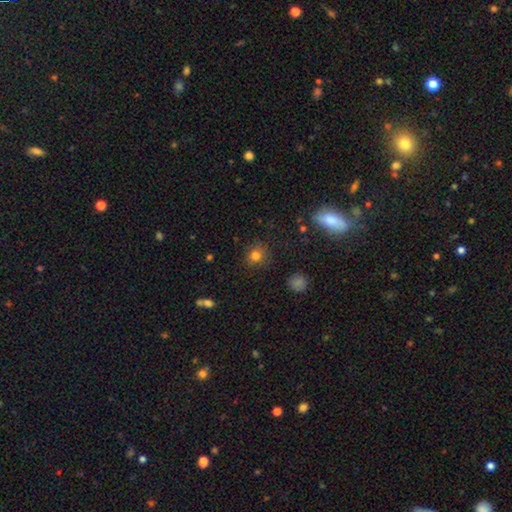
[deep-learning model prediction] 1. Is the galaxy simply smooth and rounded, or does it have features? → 80% smooth, 14% star or artifact, 6% featured or disk.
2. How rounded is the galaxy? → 82% round, 17% in between, 1% cigar-shaped.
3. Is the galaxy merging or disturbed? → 83% none, 12% minor disturbance, 3% major disturbance, 2% merger.